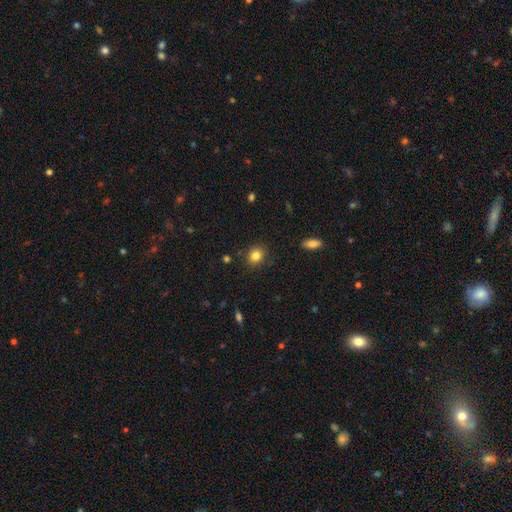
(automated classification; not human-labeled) Morphology: type=smooth (84%); roundness=round (67%); merging=none (88%).